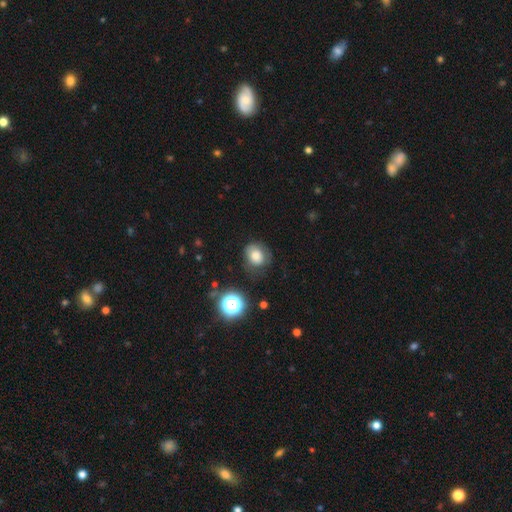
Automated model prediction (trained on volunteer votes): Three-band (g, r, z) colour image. It shows a smooth galaxy with no disk features (75%) that is round (60%). Merging: none (64%).